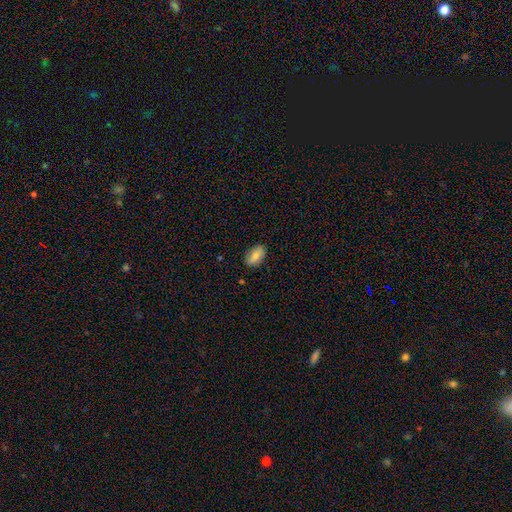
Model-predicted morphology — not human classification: smooth_or_featured: smooth (p=0.83) [alt: featured or disk p=0.11]
how_rounded: in between (p=0.91) [alt: cigar-shaped p=0.05]
merging: none (p=0.86) [alt: minor disturbance p=0.11]